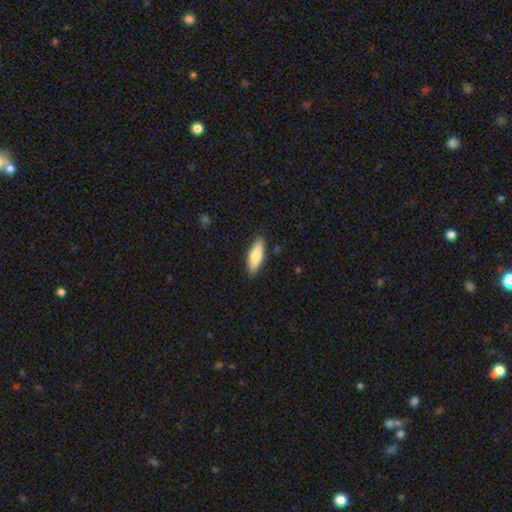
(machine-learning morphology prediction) Smooth or featured?
  - smooth: 76% *
  - featured or disk: 18%
  - star or artifact: 6%
How rounded?
  - in between: 58% *
  - cigar-shaped: 40%
  - round: 2%
Merging?
  - none: 87% *
  - minor disturbance: 10%
  - major disturbance: 2%
  - merger: 1%